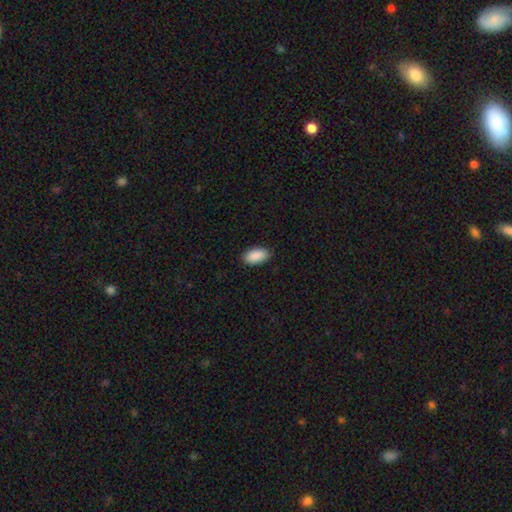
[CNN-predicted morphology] smooth 91%, star or artifact 6%, featured or disk 3%. Down the decision tree: how rounded — in between (94%); merging — none (87%).